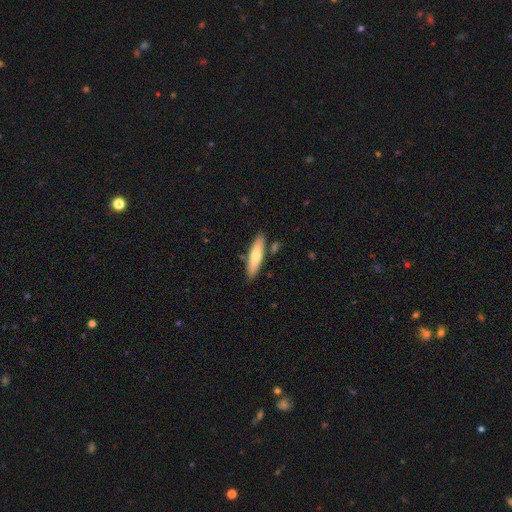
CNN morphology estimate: smooth-or-featured: smooth: 65% | featured or disk: 30% | star or artifact: 6%
  how-rounded: cigar-shaped: 69% | in between: 29% | round: 2%
  merging: none: 81% | minor disturbance: 11% | merger: 6% | major disturbance: 2%